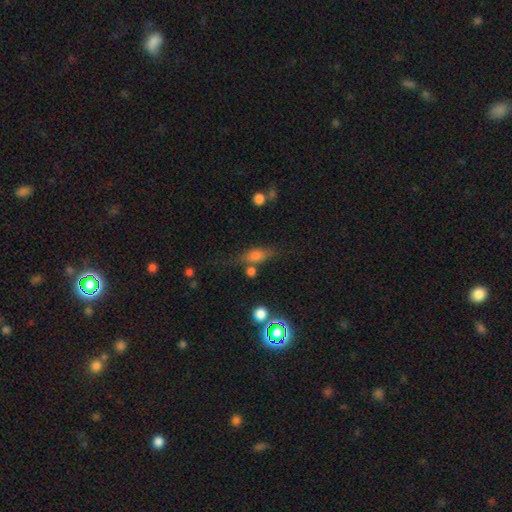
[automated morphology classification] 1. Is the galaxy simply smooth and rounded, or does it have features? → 64% smooth, 22% featured or disk, 13% star or artifact.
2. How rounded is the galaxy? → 64% in between, 23% cigar-shaped, 13% round.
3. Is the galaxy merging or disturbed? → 59% none, 20% minor disturbance, 11% merger, 10% major disturbance.